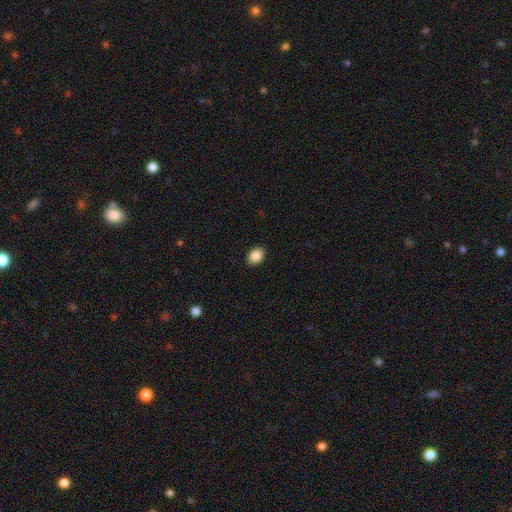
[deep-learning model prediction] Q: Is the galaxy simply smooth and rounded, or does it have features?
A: smooth — 87%.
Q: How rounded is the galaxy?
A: in between — 77%.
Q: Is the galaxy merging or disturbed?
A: none — 90%.